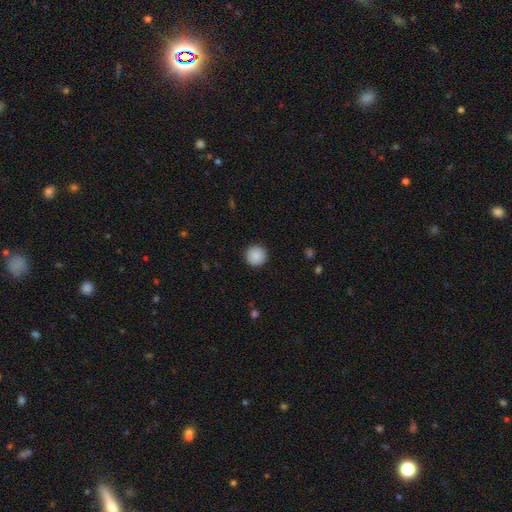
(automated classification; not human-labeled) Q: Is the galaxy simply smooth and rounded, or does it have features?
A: smooth — 89%.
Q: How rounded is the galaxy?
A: round — 96%.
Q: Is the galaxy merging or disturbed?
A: none — 92%.